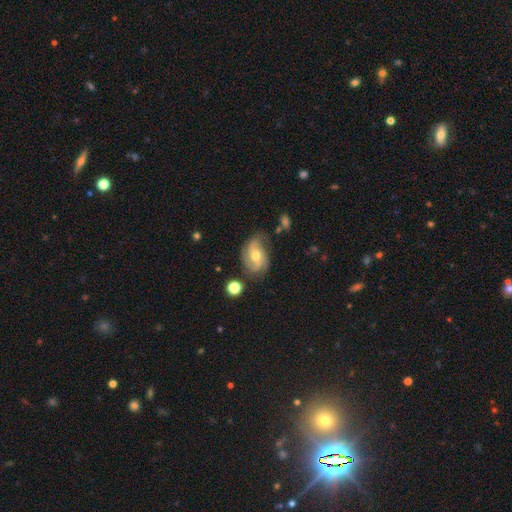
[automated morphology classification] smooth_or_featured: featured or disk (p=0.73) [alt: smooth p=0.20]
disk_edge_on: no (p=0.96) [alt: yes p=0.04]
bar: no (p=0.52) [alt: weak p=0.37]
has_spiral_arms: yes (p=0.91) [alt: no p=0.09]
spiral_winding: medium (p=0.43) [alt: loose p=0.31]
spiral_arm_count: 2 (p=0.61) [alt: 3 p=0.15]
bulge_size: moderate (p=0.70) [alt: small p=0.24]
merging: none (p=0.61) [alt: minor disturbance p=0.25]